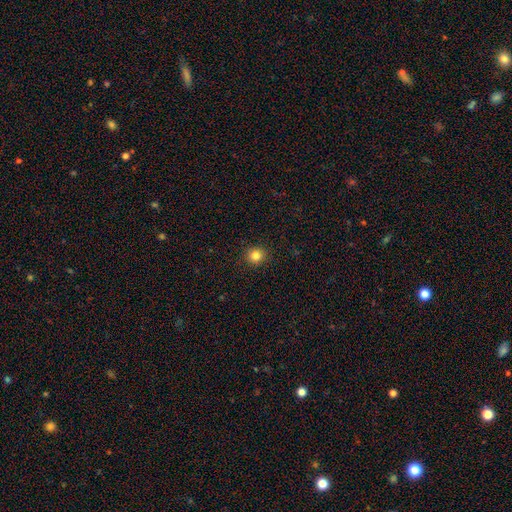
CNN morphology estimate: Smooth or featured: smooth — 83% (star or artifact — 12%)
How rounded: round — 89% (in between — 10%)
Merging: none — 91% (minor disturbance — 6%)